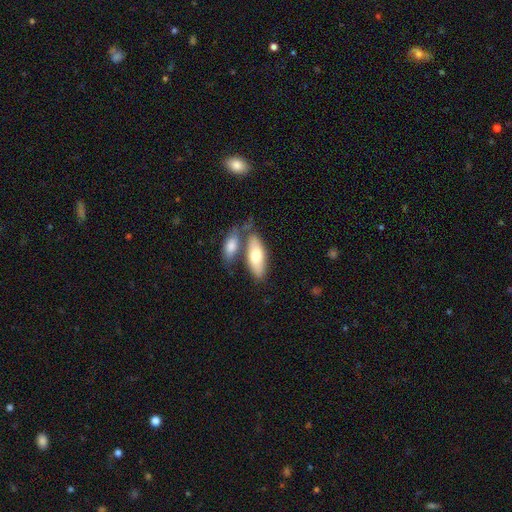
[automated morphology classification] The model was most divided on "merging": none: 46%, merger: 36%, minor disturbance: 13%, major disturbance: 5%. More confident: how rounded — in between (77%); smooth or featured — smooth (72%).